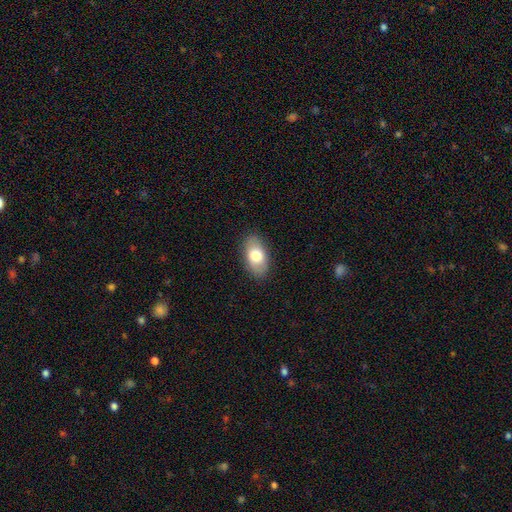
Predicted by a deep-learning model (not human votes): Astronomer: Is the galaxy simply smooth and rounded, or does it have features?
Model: smooth — 76%.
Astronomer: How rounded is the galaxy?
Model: in between — 93%.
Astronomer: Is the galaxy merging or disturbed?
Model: none — 86%.